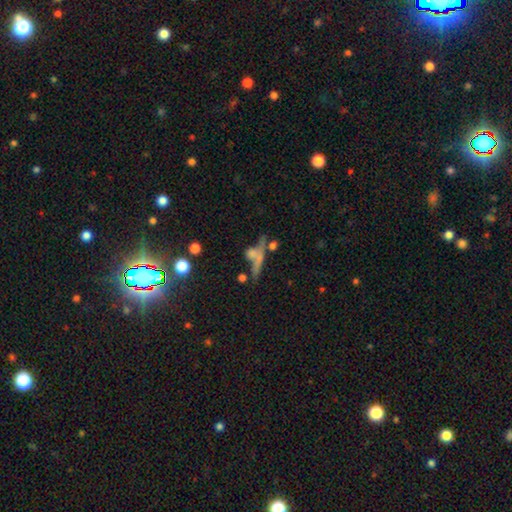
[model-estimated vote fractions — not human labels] The model was most divided on "merging": none: 41%, merger: 32%, minor disturbance: 14%, major disturbance: 13%. More confident: how rounded — cigar-shaped (54%); smooth or featured — smooth (51%).